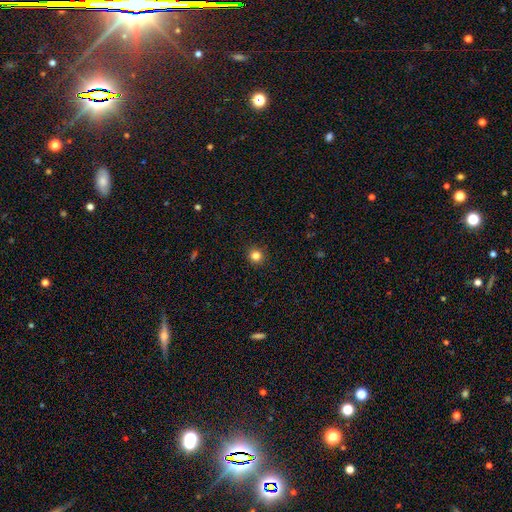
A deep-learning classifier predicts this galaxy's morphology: smooth-or-featured: smooth: 82% | star or artifact: 13% | featured or disk: 5%
  how-rounded: round: 92% | in between: 7% | cigar-shaped: 1%
  merging: none: 92% | minor disturbance: 5% | major disturbance: 2% | merger: 1%